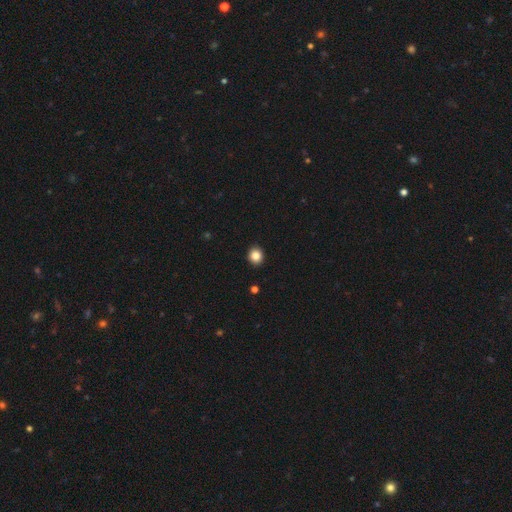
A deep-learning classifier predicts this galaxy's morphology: smooth-or-featured: smooth: 86% | star or artifact: 10% | featured or disk: 4%
  how-rounded: round: 85% | in between: 14% | cigar-shaped: 1%
  merging: none: 92% | minor disturbance: 5% | major disturbance: 1% | merger: 1%